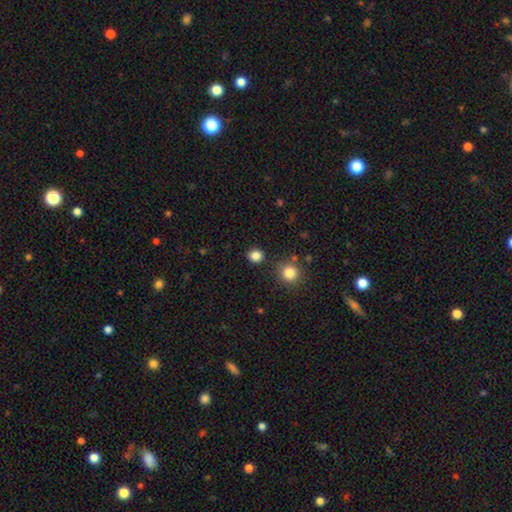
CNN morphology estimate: Q: Smooth or featured?
A: smooth (85%); runner-up: star or artifact (12%)
Q: How rounded?
A: round (80%); runner-up: in between (19%)
Q: Merging?
A: none (86%); runner-up: minor disturbance (8%)